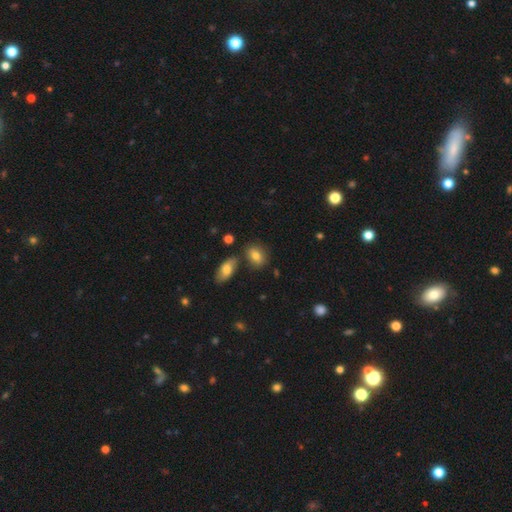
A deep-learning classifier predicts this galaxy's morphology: Smooth or featured?
  - smooth: 79% *
  - featured or disk: 12%
  - star or artifact: 9%
How rounded?
  - in between: 70% *
  - round: 28%
  - cigar-shaped: 2%
Merging?
  - none: 69% *
  - minor disturbance: 14%
  - merger: 13%
  - major disturbance: 3%